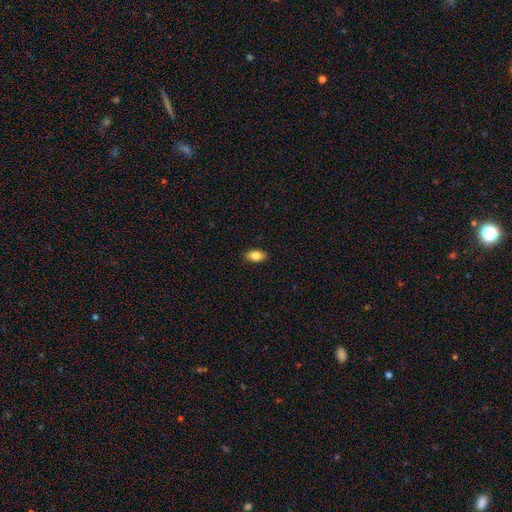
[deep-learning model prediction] A smooth galaxy with no disk features (83%) that is in between round and cigar-shaped (93%). Merging: none (90%).